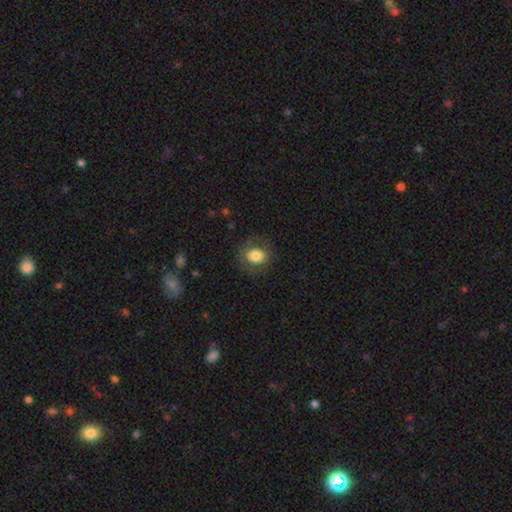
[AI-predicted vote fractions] Smooth or featured? Predicted: smooth (p=0.76). How rounded? Predicted: round (p=0.65). Merging? Predicted: none (p=0.80).